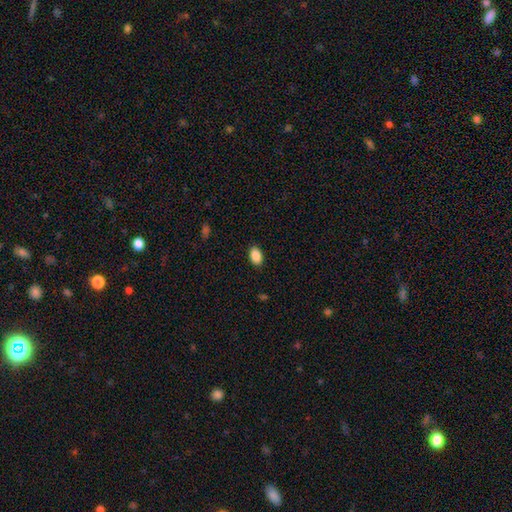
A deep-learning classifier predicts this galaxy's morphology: smooth_or_featured: smooth (p=0.89) [alt: star or artifact p=0.08]
how_rounded: in between (p=0.89) [alt: round p=0.10]
merging: none (p=0.89) [alt: minor disturbance p=0.08]